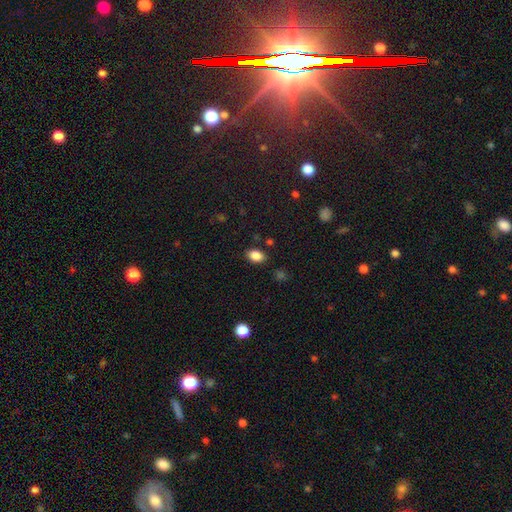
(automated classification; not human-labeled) Morphology: type=smooth (86%); roundness=in between (83%); merging=none (84%).